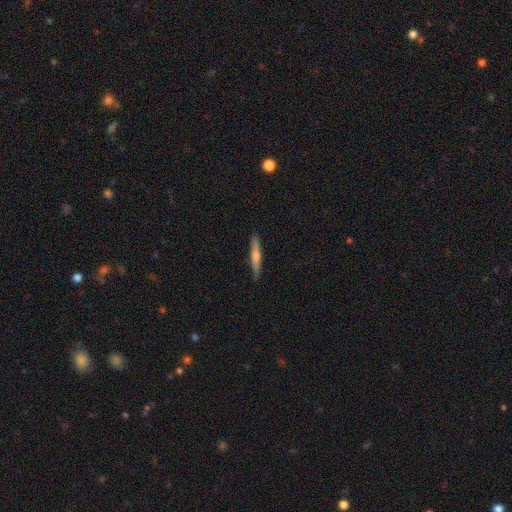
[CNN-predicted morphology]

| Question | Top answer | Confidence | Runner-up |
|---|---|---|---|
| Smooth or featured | featured or disk | 54% | smooth (39%) |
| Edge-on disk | yes | 96% | no (4%) |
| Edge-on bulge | rounded | 77% | none (18%) |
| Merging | none | 91% | minor disturbance (7%) |